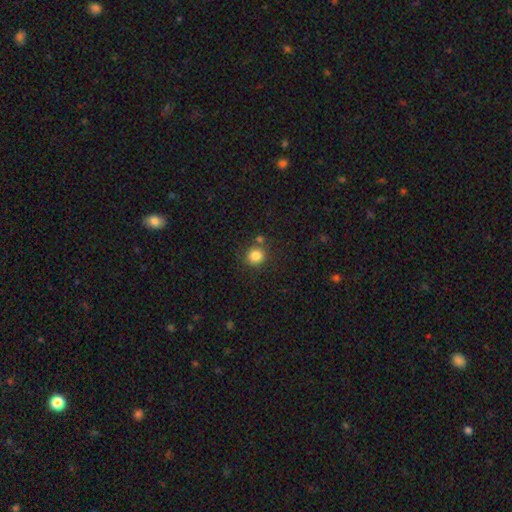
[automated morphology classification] smooth-or-featured: smooth: 84% | star or artifact: 11% | featured or disk: 5%
  how-rounded: round: 89% | in between: 10% | cigar-shaped: 1%
  merging: none: 78% | merger: 10% | minor disturbance: 9% | major disturbance: 3%